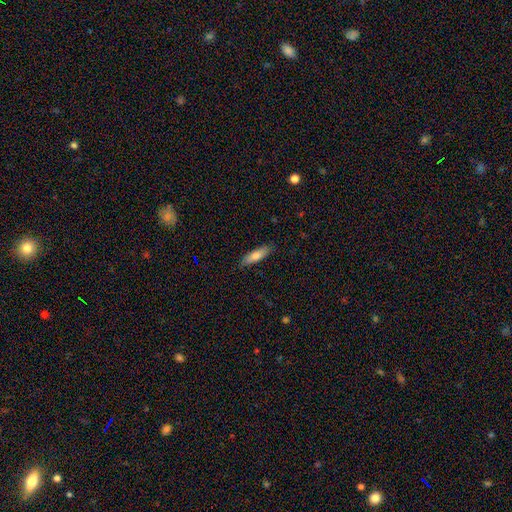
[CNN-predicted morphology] A smooth galaxy with no disk features (74%) that is cigar-shaped (63%). Merging: none (86%).